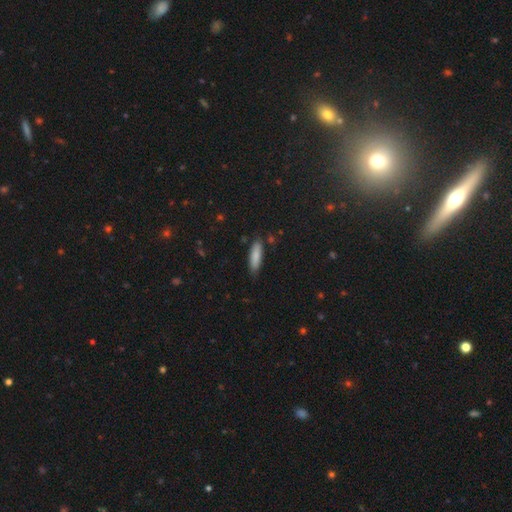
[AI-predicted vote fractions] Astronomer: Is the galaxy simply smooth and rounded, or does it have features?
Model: smooth — 85%.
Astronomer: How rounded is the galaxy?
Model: cigar-shaped — 58% (runner-up: in between, 41%).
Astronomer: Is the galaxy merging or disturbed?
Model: none — 81%.